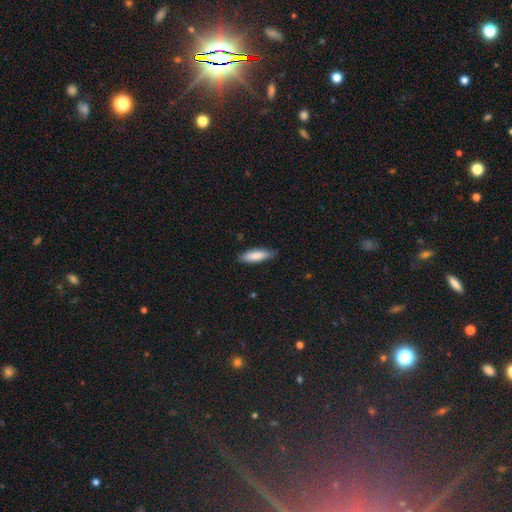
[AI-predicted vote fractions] Smooth or featured? smooth (84%)
How rounded? cigar-shaped (52%)
Merging? none (81%)